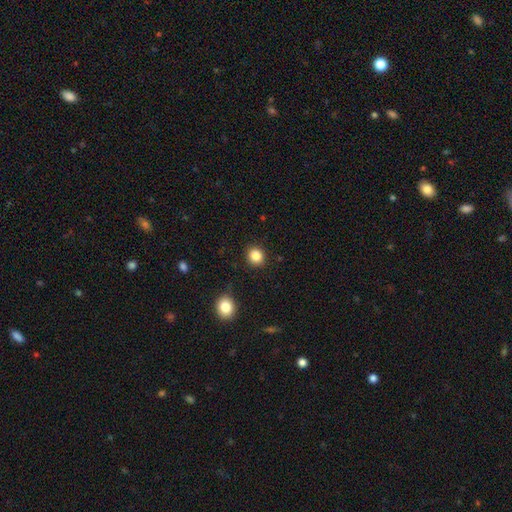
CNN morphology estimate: Smooth or featured: smooth — 86% (star or artifact — 10%)
How rounded: round — 82% (in between — 17%)
Merging: none — 90% (minor disturbance — 7%)